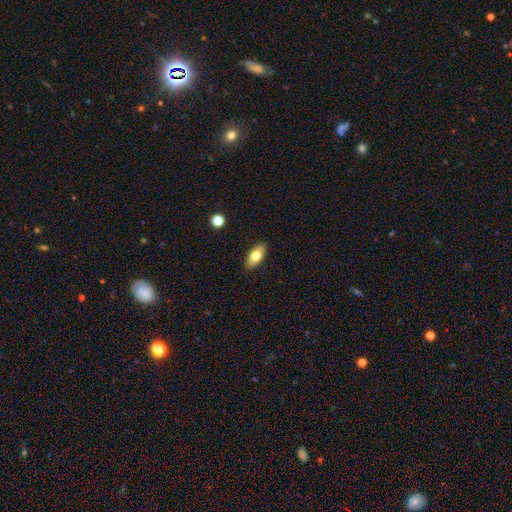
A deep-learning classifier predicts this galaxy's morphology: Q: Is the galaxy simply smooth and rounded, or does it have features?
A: smooth — 72%.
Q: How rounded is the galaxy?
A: in between — 87%.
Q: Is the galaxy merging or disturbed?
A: none — 88%.